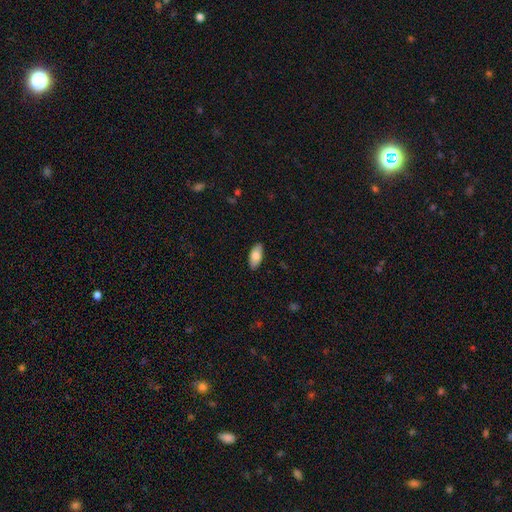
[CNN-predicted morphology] The model was most divided on "smooth or featured": smooth: 81%, featured or disk: 13%, star or artifact: 6%. More confident: how rounded — in between (90%); merging — none (88%).